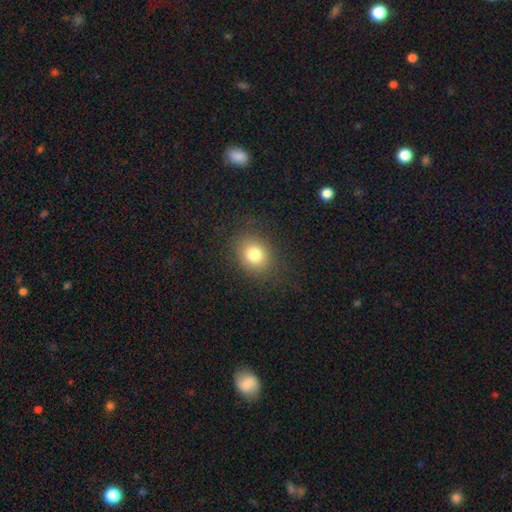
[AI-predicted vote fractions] A smooth galaxy with no disk features (79%) that is round (66%).

Vote fractions:
- Smooth or featured? smooth: 79% / star or artifact: 14% / featured or disk: 8%
- How rounded? round: 66% / in between: 33% / cigar-shaped: 1%
- Merging? none: 87% / minor disturbance: 9% / major disturbance: 3% / merger: 1%